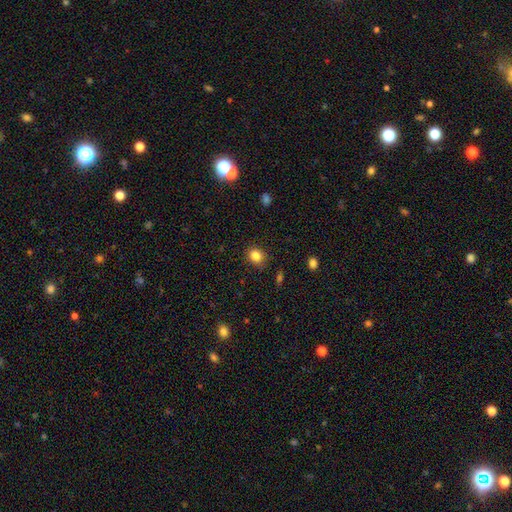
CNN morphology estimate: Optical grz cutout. It shows a smooth galaxy with no disk features (84%) that is round (63%). Merging: none (86%).